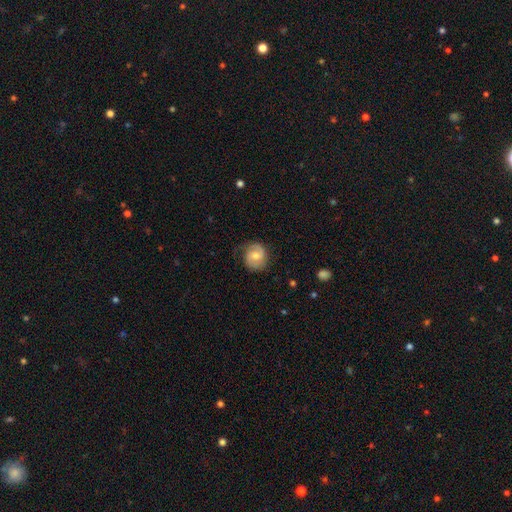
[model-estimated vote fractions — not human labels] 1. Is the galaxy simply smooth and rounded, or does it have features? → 63% featured or disk, 30% smooth, 7% star or artifact.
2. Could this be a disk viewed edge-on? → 98% no, 2% yes.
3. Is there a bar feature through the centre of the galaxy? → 49% no, 44% weak, 7% strong.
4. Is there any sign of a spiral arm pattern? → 93% yes, 7% no.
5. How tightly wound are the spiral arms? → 43% medium, 39% tight, 17% loose.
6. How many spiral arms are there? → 78% 2, 11% 1, 8% can't tell, 2% 3, 1% 4, 1% more than 4.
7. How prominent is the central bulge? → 54% moderate, 35% small, 5% none, 5% large, 1% dominant.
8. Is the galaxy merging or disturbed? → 73% none, 20% minor disturbance, 7% major disturbance, 1% merger.